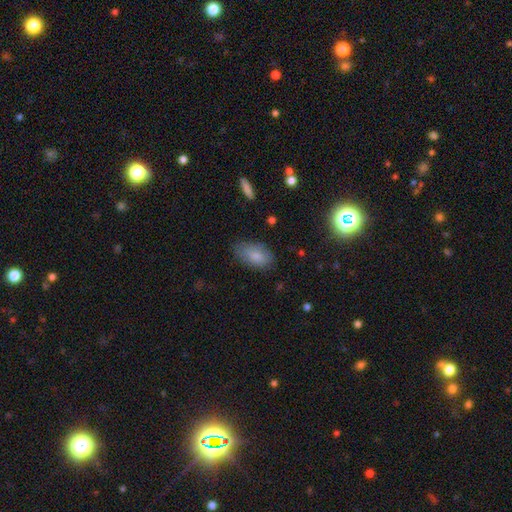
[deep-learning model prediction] This is likely a smooth galaxy (79%). How rounded: clearly in between (92%). Merging: likely none (67%).